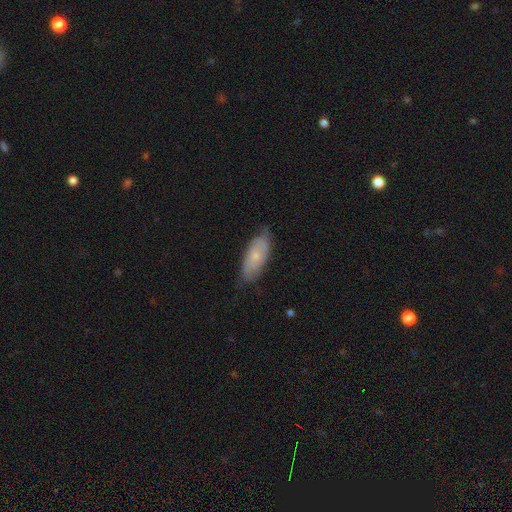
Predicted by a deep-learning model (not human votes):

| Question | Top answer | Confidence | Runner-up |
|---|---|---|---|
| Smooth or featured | smooth | 51% | featured or disk (42%) |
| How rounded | in between | 77% | cigar-shaped (21%) |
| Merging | none | 71% | minor disturbance (23%) |